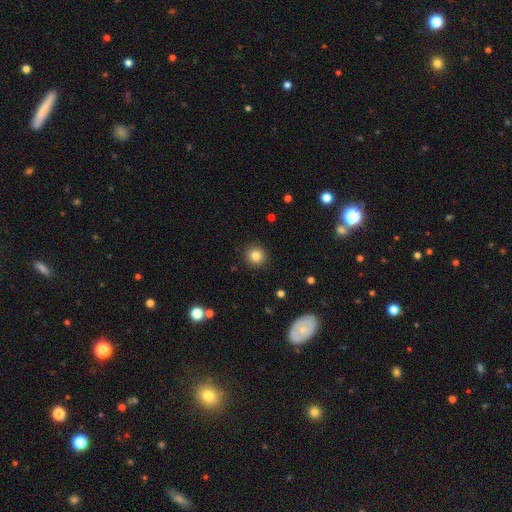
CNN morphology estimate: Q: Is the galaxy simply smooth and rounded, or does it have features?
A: smooth — 83%.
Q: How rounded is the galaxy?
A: round — 94%.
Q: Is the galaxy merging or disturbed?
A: none — 92%.